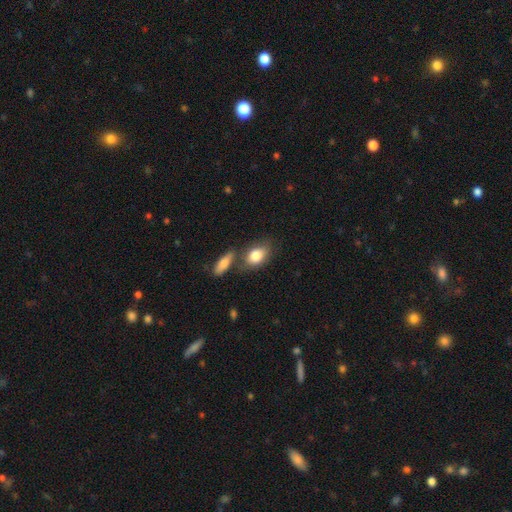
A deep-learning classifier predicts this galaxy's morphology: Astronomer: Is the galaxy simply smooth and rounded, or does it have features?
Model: smooth — 81%.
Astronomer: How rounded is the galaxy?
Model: in between — 84%.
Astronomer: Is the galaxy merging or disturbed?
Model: none — 53%.